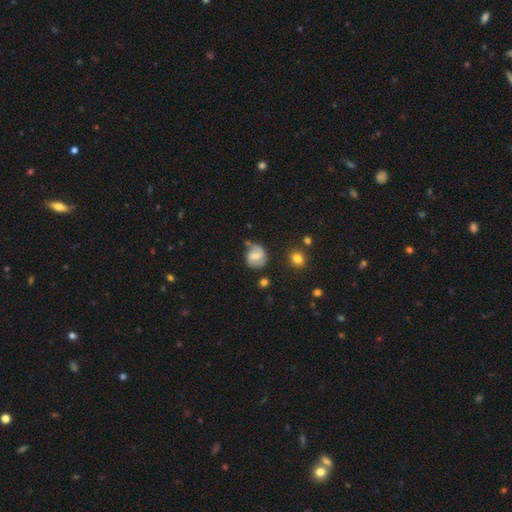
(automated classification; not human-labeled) smooth-or-featured: featured or disk: 57% | smooth: 35% | star or artifact: 8%
  disk-edge-on: no: 97% | yes: 3%
    bar: weak: 52% | strong: 24% | no: 23%
    has-spiral-arms: yes: 84% | no: 16%
    bulge-size: moderate: 43% | small: 40% | none: 12% | large: 4% | dominant: 1%
  merging: none: 62% | minor disturbance: 23% | major disturbance: 8% | merger: 6%